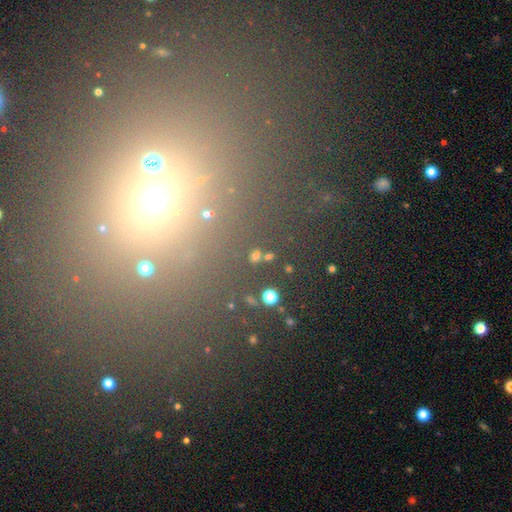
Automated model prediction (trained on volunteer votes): The model was most divided on "how rounded": round: 61%, in between: 36%, cigar-shaped: 3%. More confident: merging — none (79%); smooth or featured — smooth (66%).